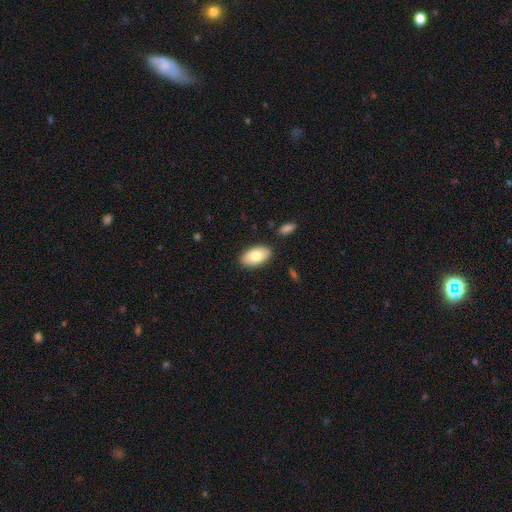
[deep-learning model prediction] This appears to be a smooth galaxy with no disk features (80%) that is in between round and cigar-shaped (95%). Merging: none (86%).